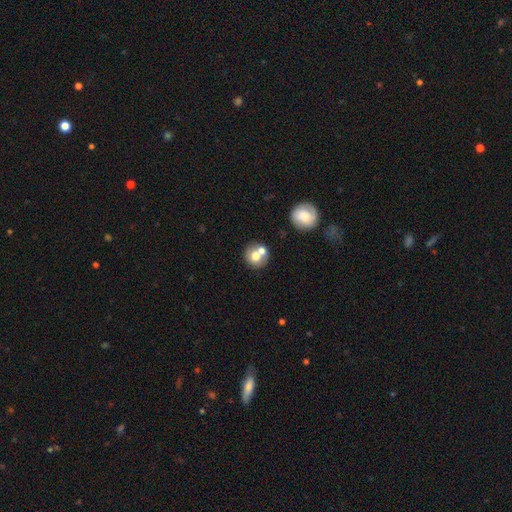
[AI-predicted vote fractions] The model was most divided on "merging": none: 52%, merger: 37%, minor disturbance: 8%, major disturbance: 3%. More confident: how rounded — round (86%); smooth or featured — smooth (69%).